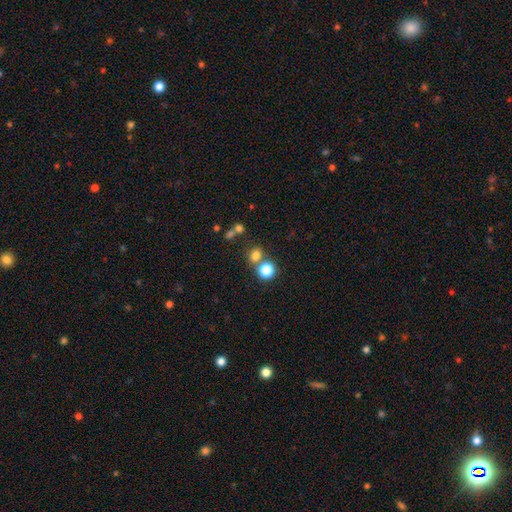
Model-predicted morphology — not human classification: smooth-or-featured: smooth: 75% | star or artifact: 17% | featured or disk: 8%
  how-rounded: round: 70% | in between: 29% | cigar-shaped: 1%
  merging: none: 61% | merger: 26% | minor disturbance: 9% | major disturbance: 4%